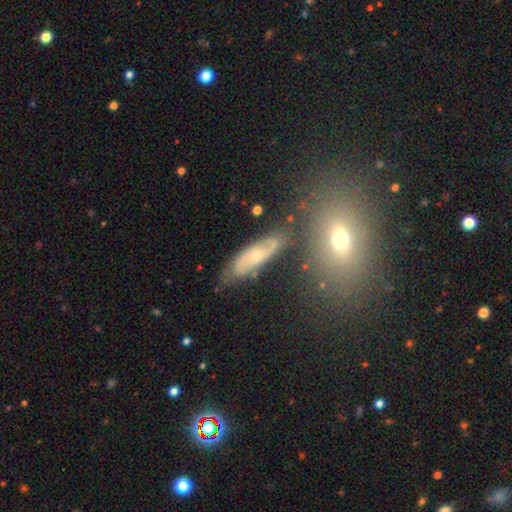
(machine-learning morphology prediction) The model was most divided on "smooth or featured": featured or disk: 60%, smooth: 32%, star or artifact: 8%. More confident: edge-on disk — no (77%); merging — none (67%).